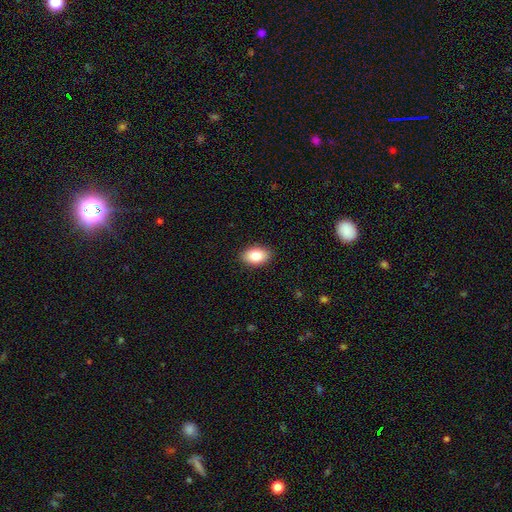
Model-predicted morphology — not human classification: type=smooth (82%); roundness=in between (86%); merging=none (89%).